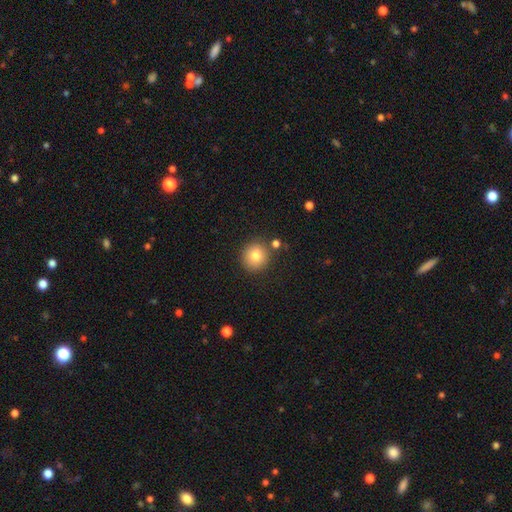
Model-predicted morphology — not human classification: This is likely a smooth galaxy (80%). How rounded: clearly round (92%). Merging: clearly none (82%).